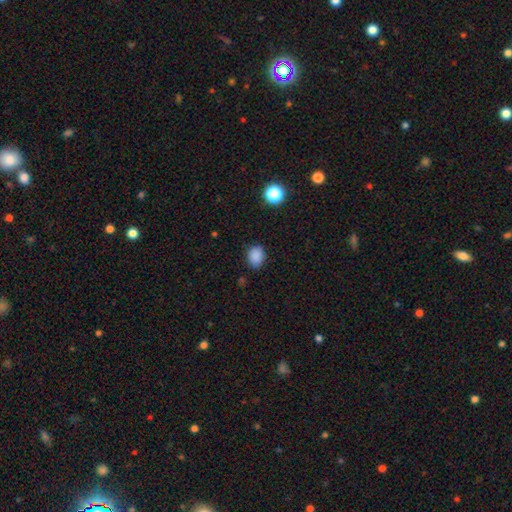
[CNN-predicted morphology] This appears to be a smooth galaxy with no disk features (87%) that is in between round and cigar-shaped (56%). Merging: none (83%).